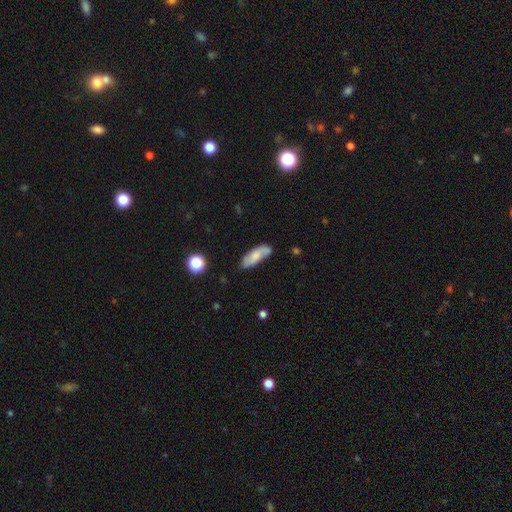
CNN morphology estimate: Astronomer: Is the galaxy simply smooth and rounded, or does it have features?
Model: smooth — 60%.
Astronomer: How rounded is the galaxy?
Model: in between — 65%.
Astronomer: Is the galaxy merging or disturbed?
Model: none — 66%.